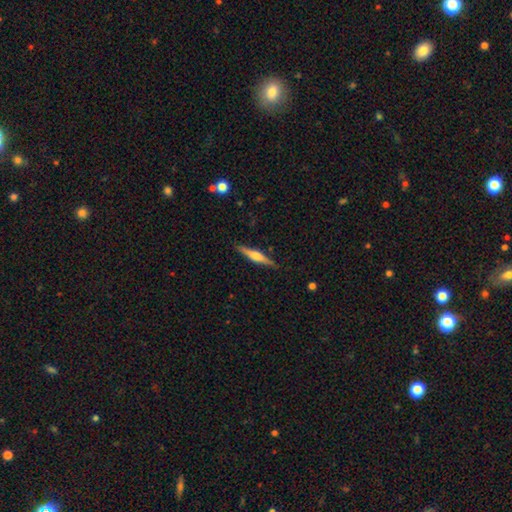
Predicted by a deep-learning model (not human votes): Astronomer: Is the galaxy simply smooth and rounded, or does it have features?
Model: featured or disk — 64%.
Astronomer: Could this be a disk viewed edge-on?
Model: yes — 97%.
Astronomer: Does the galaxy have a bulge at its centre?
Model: rounded — 83%.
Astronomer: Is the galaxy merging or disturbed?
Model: none — 89%.